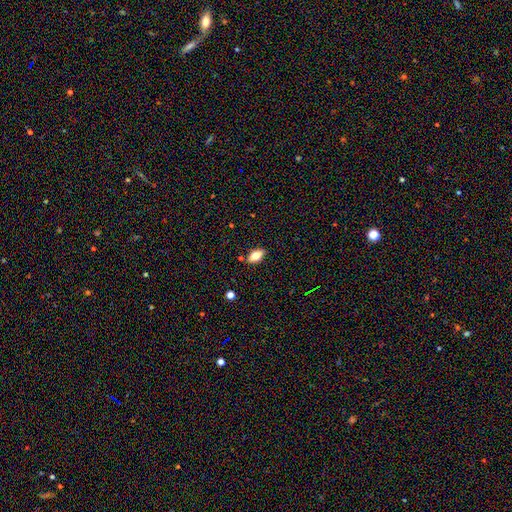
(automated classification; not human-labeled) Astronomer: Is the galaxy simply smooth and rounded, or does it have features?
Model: smooth — 73%.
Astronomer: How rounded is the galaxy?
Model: in between — 88%.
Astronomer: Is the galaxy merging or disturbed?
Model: none — 86%.